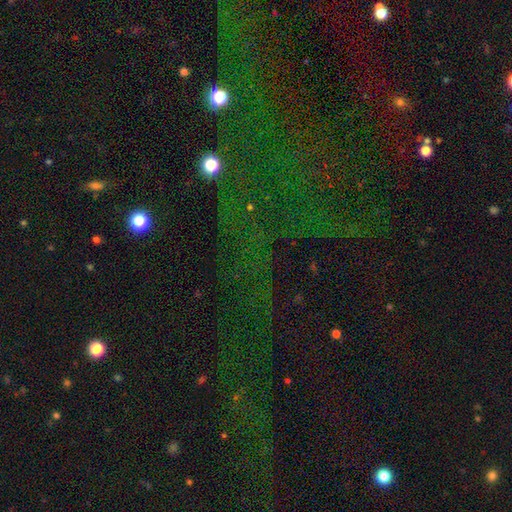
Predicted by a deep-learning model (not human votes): This is likely a star or artifact rather than a galaxy (75%).